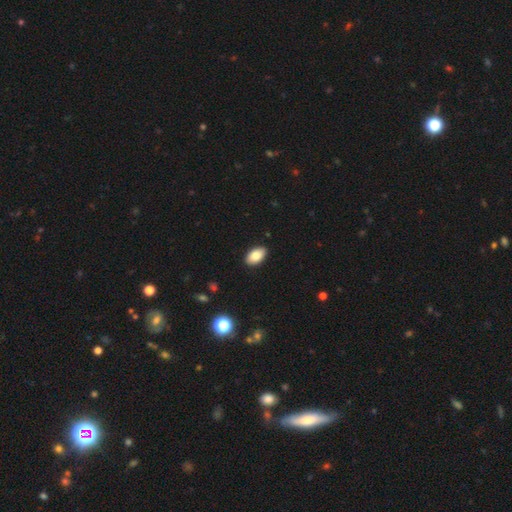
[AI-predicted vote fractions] Smooth or featured?
  - smooth: 83% *
  - featured or disk: 10%
  - star or artifact: 7%
How rounded?
  - in between: 94% *
  - round: 4%
  - cigar-shaped: 2%
Merging?
  - none: 90% *
  - minor disturbance: 8%
  - major disturbance: 2%
  - merger: 1%